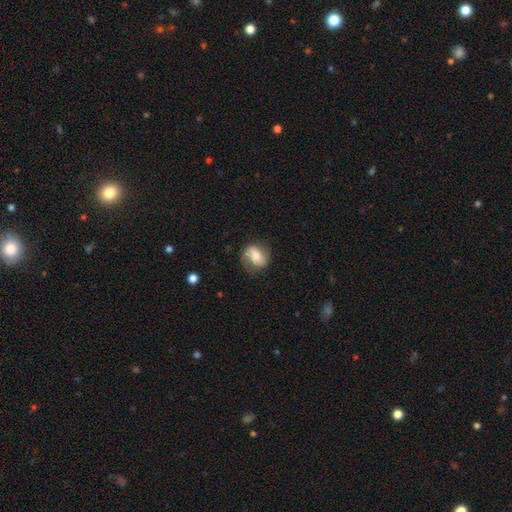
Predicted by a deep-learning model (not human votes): Morphology: type=smooth (50%); roundness=round (52%); merging=none (75%).